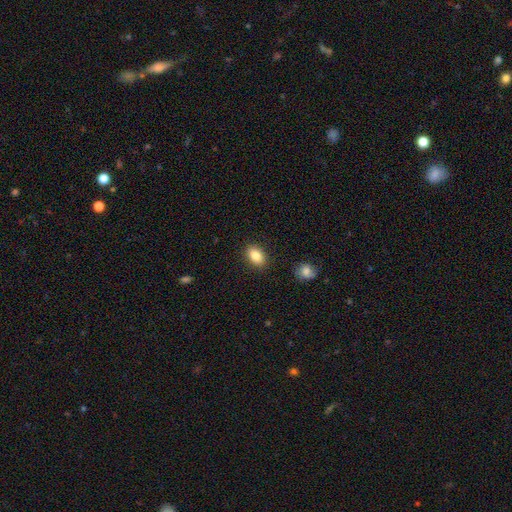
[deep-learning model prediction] A smooth galaxy with no disk features (85%) that is in between round and cigar-shaped (84%). Merging: none (87%).